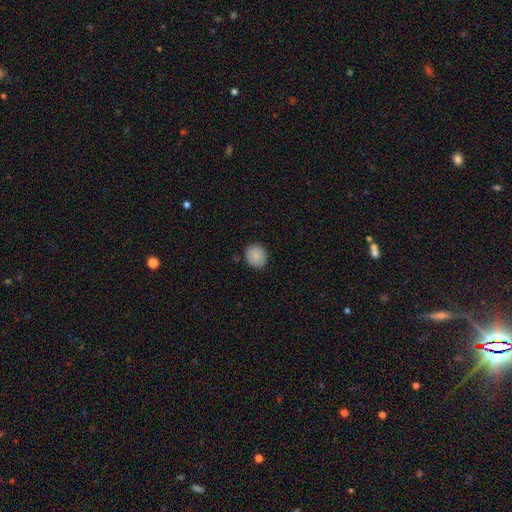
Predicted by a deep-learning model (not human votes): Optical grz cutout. It shows a smooth galaxy with no disk features (88%) that is round (81%). Merging: none (87%).